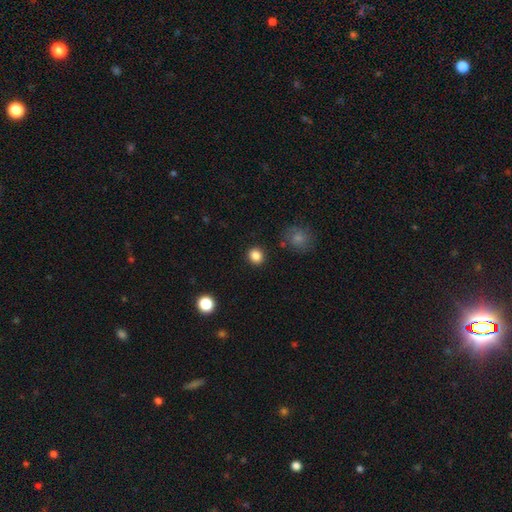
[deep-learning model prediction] This appears to be a smooth galaxy with no disk features (85%) that is round (83%). Merging: none (89%).